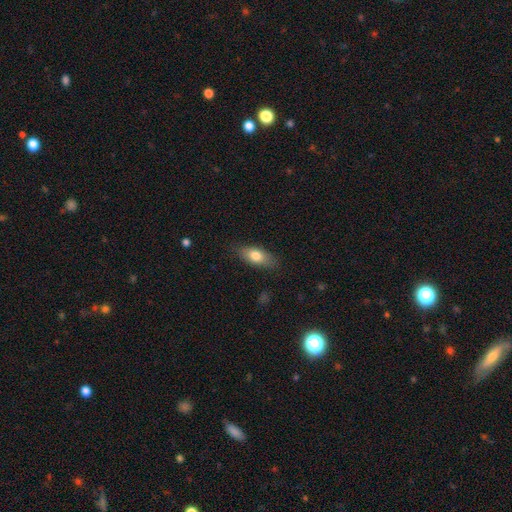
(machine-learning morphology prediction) smooth_or_featured: smooth (p=0.78) [alt: featured or disk p=0.15]
how_rounded: in between (p=0.82) [alt: cigar-shaped p=0.13]
merging: none (p=0.81) [alt: minor disturbance p=0.15]